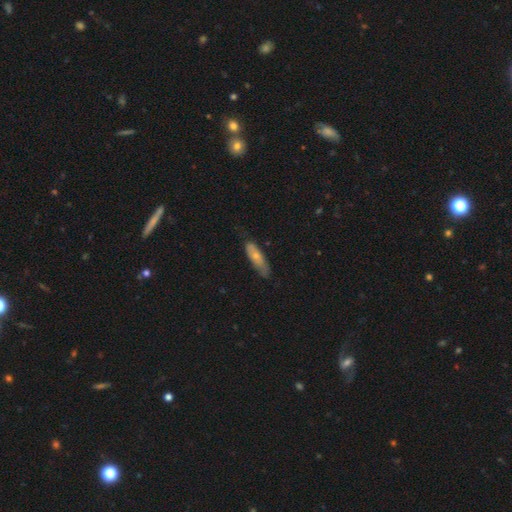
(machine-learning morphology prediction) Smooth or featured? Predicted: smooth (p=0.60). How rounded? Predicted: in between (p=0.50). Merging? Predicted: none (p=0.59).